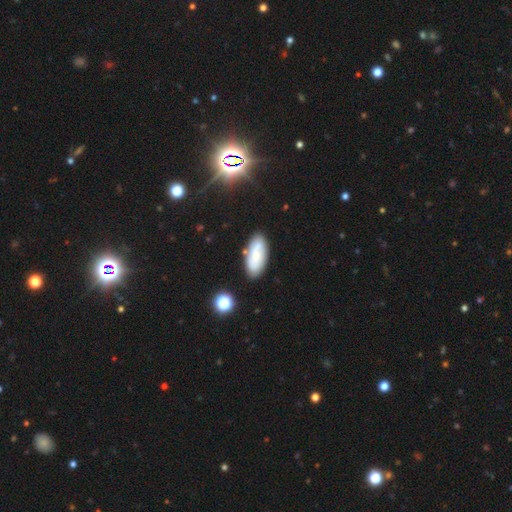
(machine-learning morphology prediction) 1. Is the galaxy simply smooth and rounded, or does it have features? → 60% smooth, 31% featured or disk, 8% star or artifact.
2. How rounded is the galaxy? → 85% in between, 12% cigar-shaped, 2% round.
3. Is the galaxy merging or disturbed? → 78% none, 14% minor disturbance, 5% merger, 3% major disturbance.